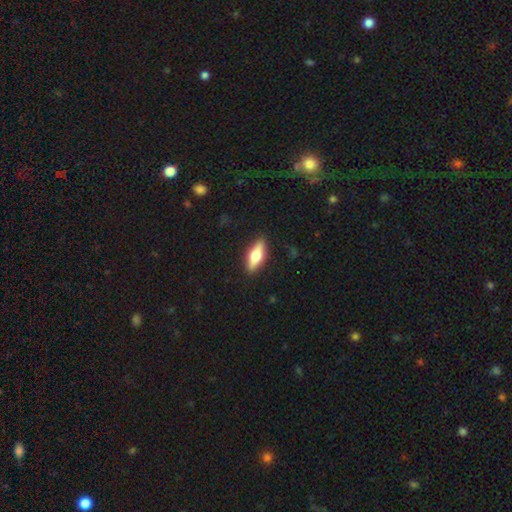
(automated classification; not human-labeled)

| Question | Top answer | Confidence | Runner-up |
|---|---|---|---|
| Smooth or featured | smooth | 54% | featured or disk (40%) |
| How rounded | in between | 61% | cigar-shaped (36%) |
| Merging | none | 89% | minor disturbance (8%) |